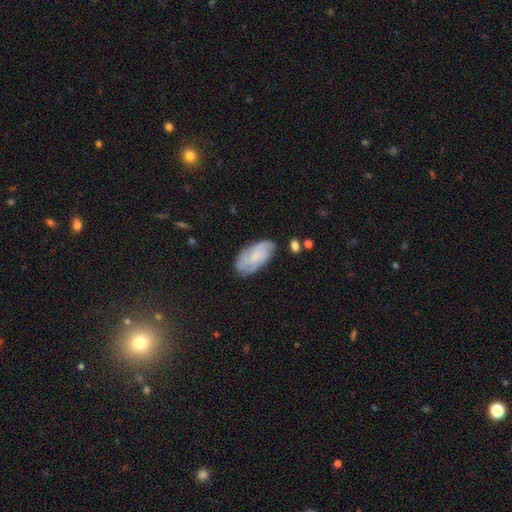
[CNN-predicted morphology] smooth-or-featured: featured or disk: 56% | smooth: 36% | star or artifact: 8%
  disk-edge-on: no: 95% | yes: 5%
    bar: no: 62% | weak: 32% | strong: 6%
    has-spiral-arms: yes: 90% | no: 10%
    bulge-size: small: 44% | none: 32% | moderate: 20% | large: 3% | dominant: 1%
  merging: none: 75% | minor disturbance: 18% | major disturbance: 5% | merger: 2%